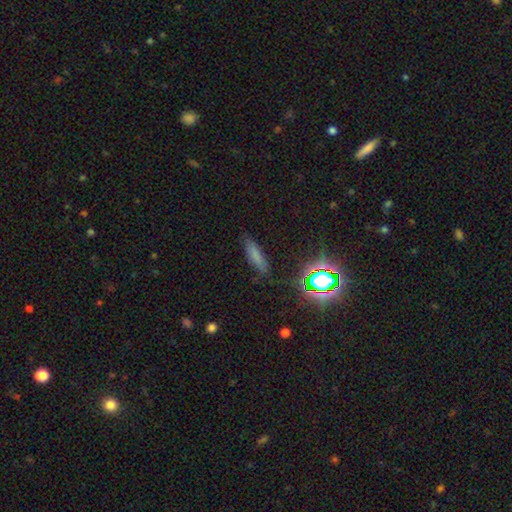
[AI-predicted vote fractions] Smooth or featured?
  - smooth: 68% *
  - star or artifact: 18%
  - featured or disk: 14%
How rounded?
  - cigar-shaped: 69% *
  - in between: 28%
  - round: 3%
Merging?
  - none: 81% *
  - minor disturbance: 14%
  - major disturbance: 4%
  - merger: 2%